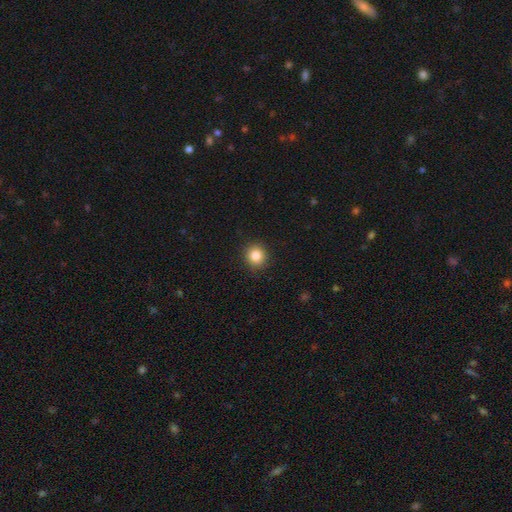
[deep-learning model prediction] Smooth or featured? Predicted: smooth (p=0.85). How rounded? Predicted: round (p=0.88). Merging? Predicted: none (p=0.91).